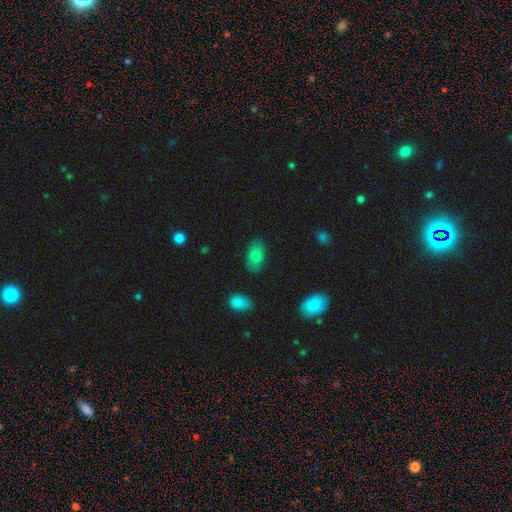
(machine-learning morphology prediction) smooth_or_featured: smooth (p=0.82) [alt: featured or disk p=0.11]
how_rounded: in between (p=0.92) [alt: round p=0.06]
merging: none (p=0.83) [alt: minor disturbance p=0.13]